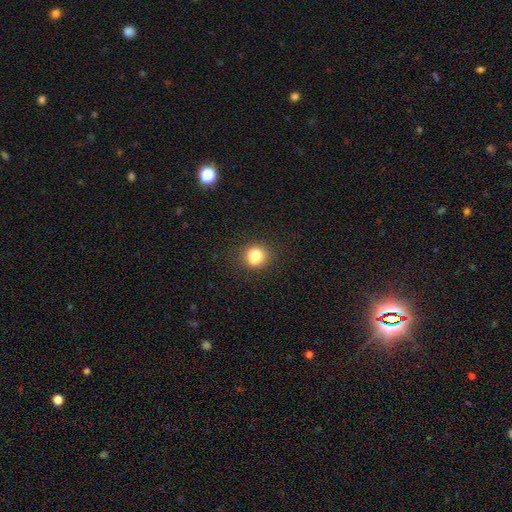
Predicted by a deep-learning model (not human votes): This appears to be a smooth galaxy with no disk features (81%) that is round (85%). Merging: none (83%).